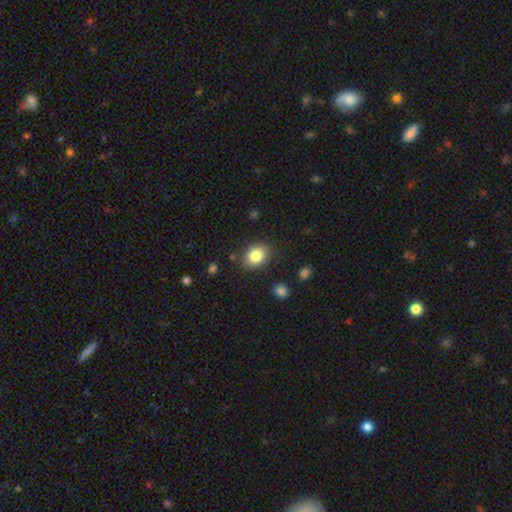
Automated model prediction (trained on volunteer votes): Smooth or featured?
  - smooth: 84% *
  - star or artifact: 9%
  - featured or disk: 7%
How rounded?
  - in between: 54% *
  - round: 45%
  - cigar-shaped: 1%
Merging?
  - none: 85% *
  - minor disturbance: 10%
  - major disturbance: 3%
  - merger: 2%